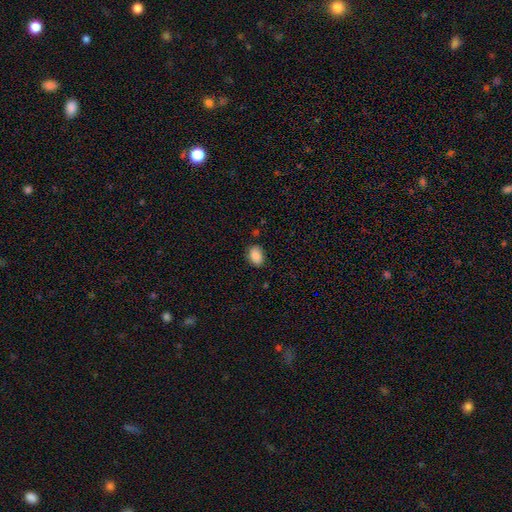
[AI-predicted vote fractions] Smooth or featured: smooth — 88% (star or artifact — 8%)
How rounded: in between — 80% (round — 19%)
Merging: none — 83% (minor disturbance — 13%)